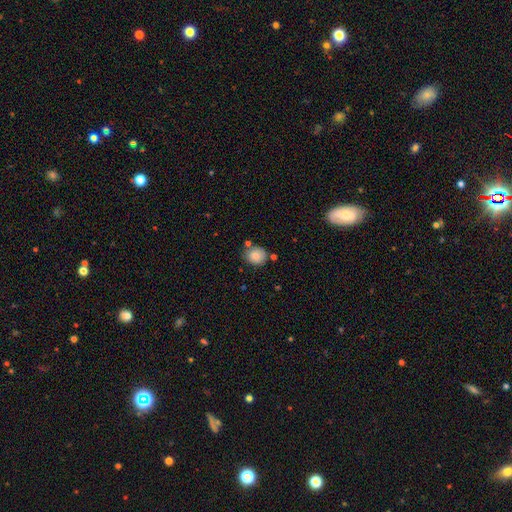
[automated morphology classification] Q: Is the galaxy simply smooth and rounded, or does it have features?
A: smooth — 85%.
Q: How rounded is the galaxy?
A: round — 77%.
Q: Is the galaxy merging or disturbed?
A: none — 72%.